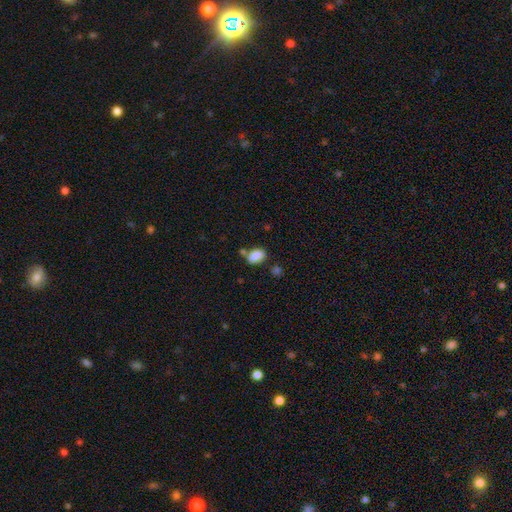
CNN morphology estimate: A smooth galaxy with no disk features (85%) that is in between round and cigar-shaped (85%). Merging: none (59%).